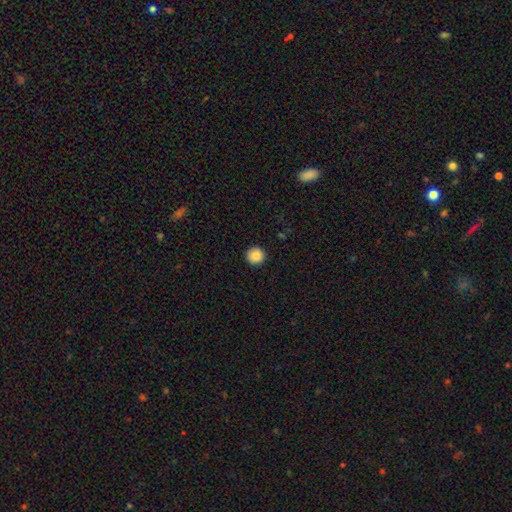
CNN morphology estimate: Smooth or featured? smooth (87%)
How rounded? round (96%)
Merging? none (93%)